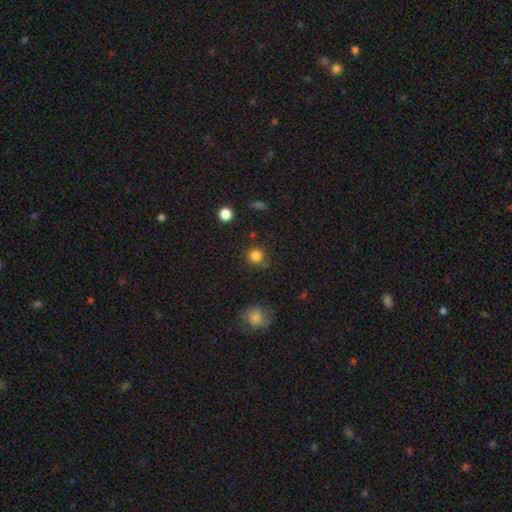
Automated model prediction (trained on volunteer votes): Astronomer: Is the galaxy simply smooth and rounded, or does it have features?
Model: smooth — 83%.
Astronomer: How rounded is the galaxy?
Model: round — 92%.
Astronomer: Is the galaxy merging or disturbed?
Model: none — 81%.